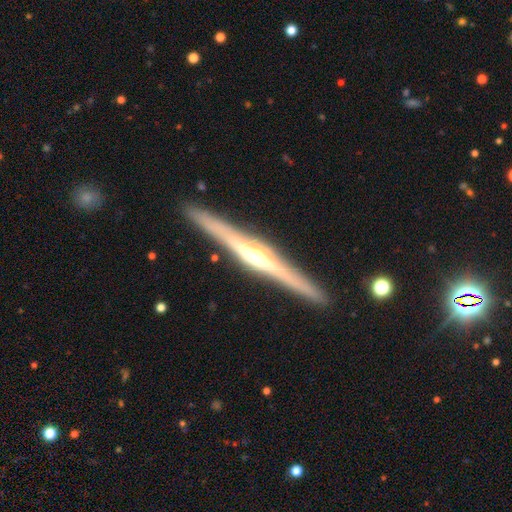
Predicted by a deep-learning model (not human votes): Q: Smooth or featured?
A: featured or disk (84%); runner-up: smooth (11%)
Q: Edge-on disk?
A: yes (98%); runner-up: no (2%)
Q: Edge-on bulge?
A: rounded (81%); runner-up: boxy (10%)
Q: Merging?
A: none (91%); runner-up: minor disturbance (6%)